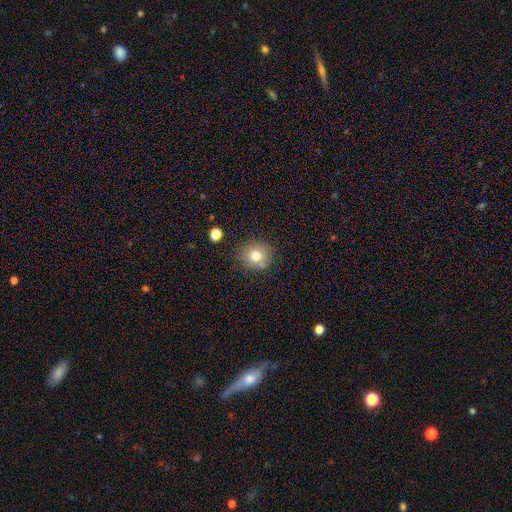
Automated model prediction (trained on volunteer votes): Smooth or featured? smooth (75%)
How rounded? round (84%)
Merging? none (76%)